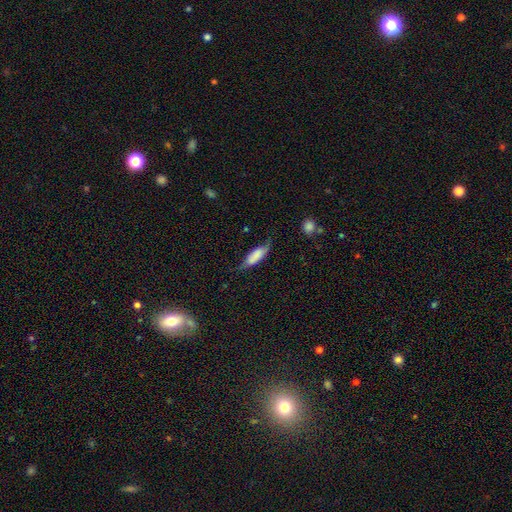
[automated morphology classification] The model was most divided on "merging": none: 50%, minor disturbance: 33%, major disturbance: 14%, merger: 3%. More confident: smooth or featured — smooth (68%); how rounded — in between (62%).